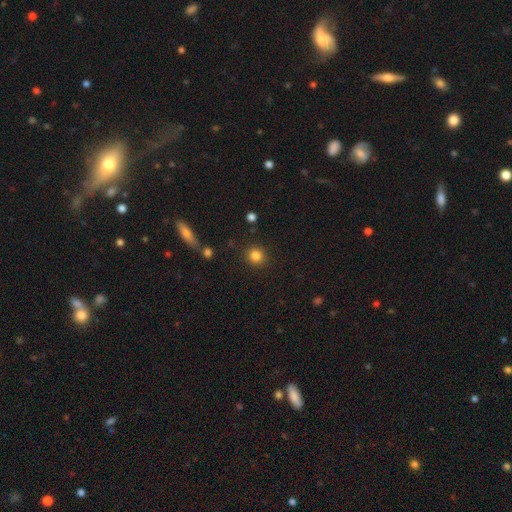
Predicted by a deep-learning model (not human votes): Smooth or featured? Predicted: smooth (p=0.84). How rounded? Predicted: round (p=0.90). Merging? Predicted: none (p=0.88).